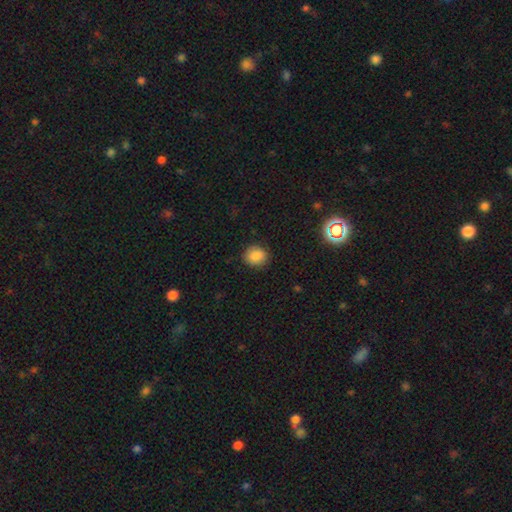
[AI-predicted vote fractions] smooth-or-featured: smooth: 85% | star or artifact: 10% | featured or disk: 5%
  how-rounded: round: 76% | in between: 23% | cigar-shaped: 1%
  merging: none: 87% | minor disturbance: 10% | major disturbance: 2% | merger: 1%